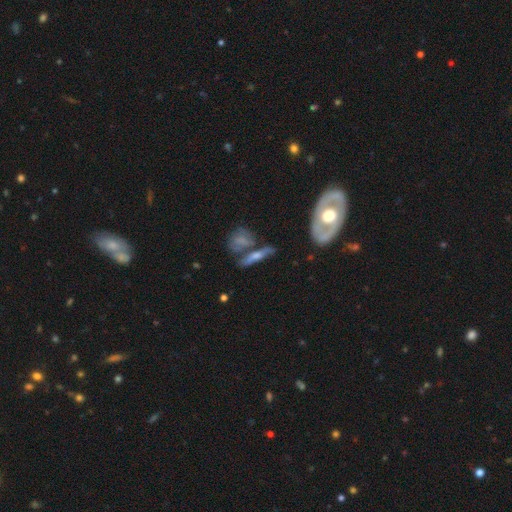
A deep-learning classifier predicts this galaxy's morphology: This appears to be a featured or disk galaxy (50%). Merging: none (54%).